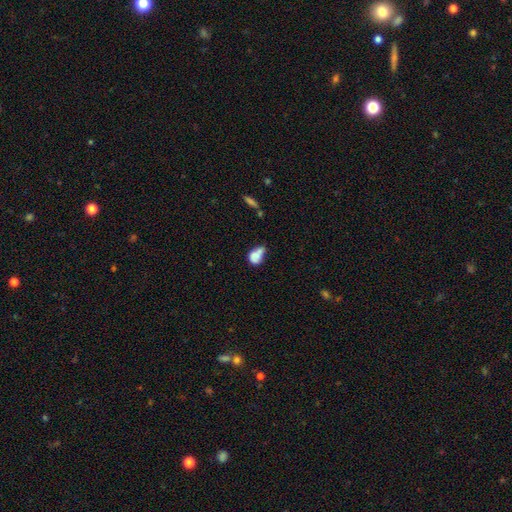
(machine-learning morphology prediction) Smooth or featured? smooth (67%)
How rounded? in between (73%)
Merging? merger (37%)